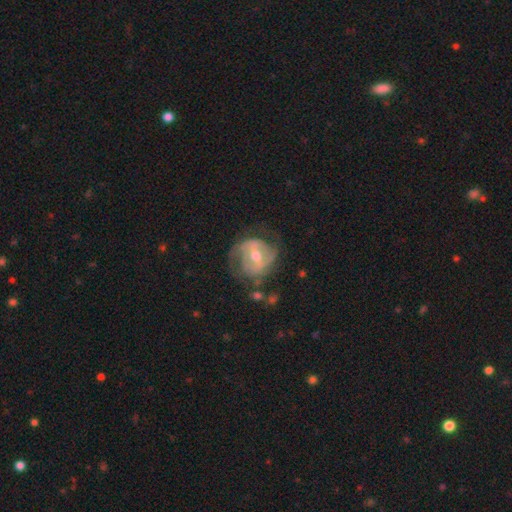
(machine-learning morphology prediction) Smooth or featured? Predicted: featured or disk (p=0.75). Edge-on disk? Predicted: no (p=0.97). Bar? Predicted: weak (p=0.44). Spiral arms? Predicted: yes (p=0.75). Spiral winding? Predicted: medium (p=0.40). Spiral arm count? Predicted: 2 (p=0.56). Bulge size? Predicted: moderate (p=0.67). Merging? Predicted: none (p=0.55).